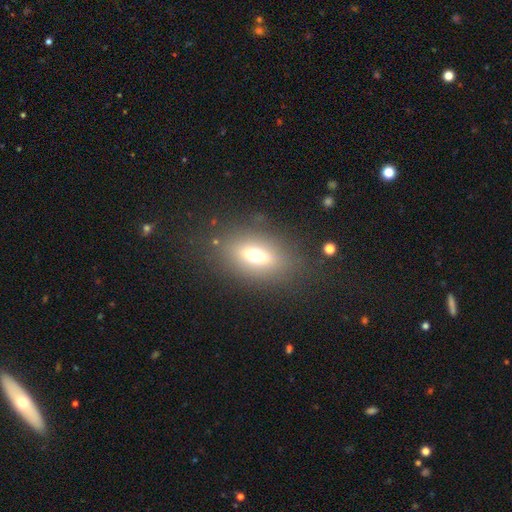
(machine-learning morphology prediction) smooth 55%, featured or disk 30%, star or artifact 15%. Down the decision tree: how rounded — in between (74%); merging — none (79%).